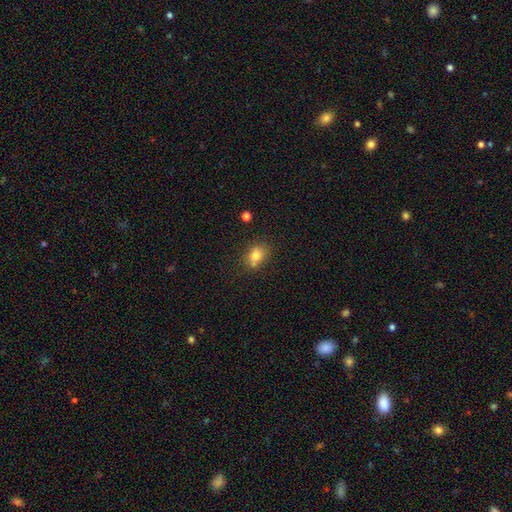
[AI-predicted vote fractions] Smooth or featured? smooth (79%)
How rounded? in between (57%)
Merging? none (67%)